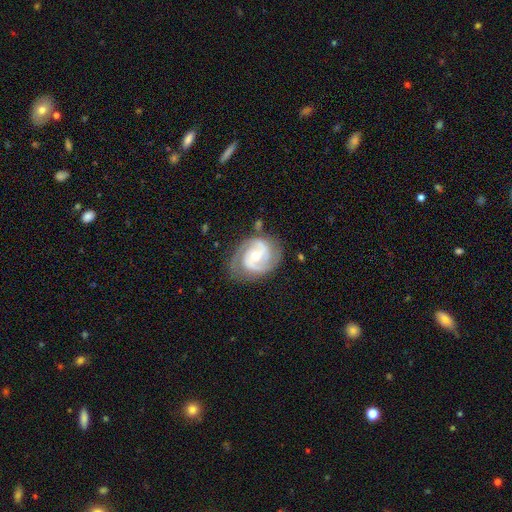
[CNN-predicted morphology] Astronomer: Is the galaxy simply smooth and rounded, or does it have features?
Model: featured or disk — 89%.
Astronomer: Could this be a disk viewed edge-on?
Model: no — 98%.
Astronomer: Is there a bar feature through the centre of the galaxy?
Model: no — 49% (runner-up: weak, 40%).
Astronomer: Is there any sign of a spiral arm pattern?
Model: yes — 97%.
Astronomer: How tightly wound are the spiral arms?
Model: tight — 48% (runner-up: medium, 44%).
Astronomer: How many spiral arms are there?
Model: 2 — 71%.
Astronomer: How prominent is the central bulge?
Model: moderate — 54% (runner-up: small, 42%).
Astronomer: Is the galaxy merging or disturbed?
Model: none — 73%.